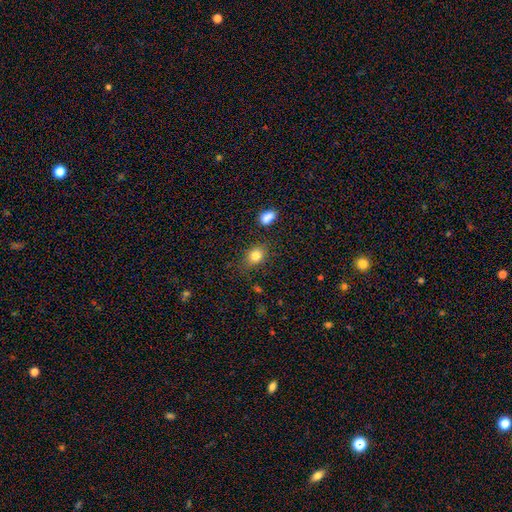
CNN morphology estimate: smooth 82%, star or artifact 11%, featured or disk 7%. Down the decision tree: how rounded — in between (57%); merging — none (77%).